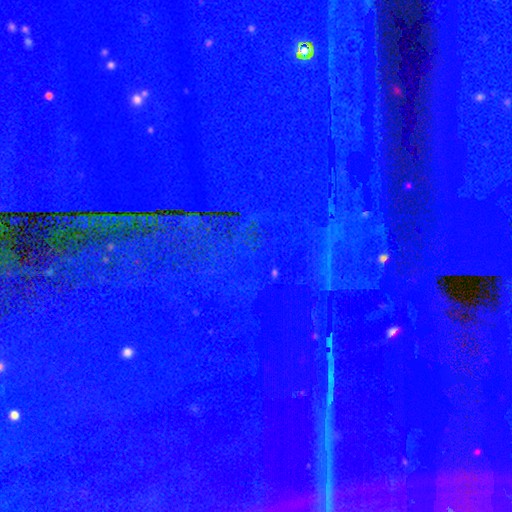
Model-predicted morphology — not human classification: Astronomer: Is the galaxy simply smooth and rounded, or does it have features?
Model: star or artifact — 89%.